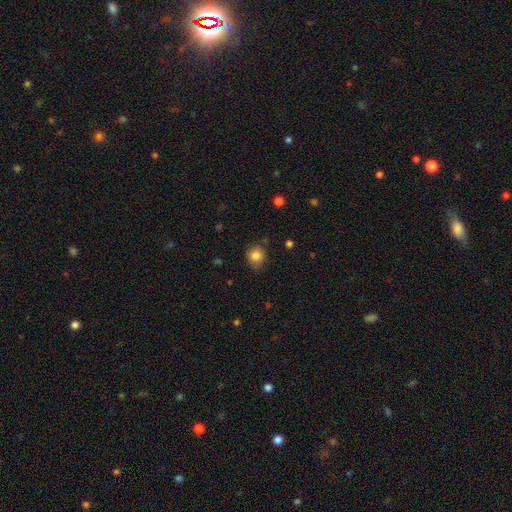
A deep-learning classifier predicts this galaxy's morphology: smooth 84%, star or artifact 10%, featured or disk 6%. Down the decision tree: how rounded — round (76%); merging — none (75%).